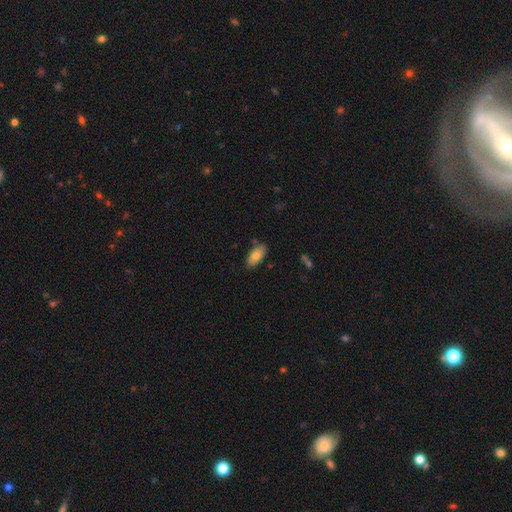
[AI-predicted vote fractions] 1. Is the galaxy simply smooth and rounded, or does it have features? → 78% smooth, 15% featured or disk, 7% star or artifact.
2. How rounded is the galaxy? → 91% in between, 7% cigar-shaped, 2% round.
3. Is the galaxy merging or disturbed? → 82% none, 13% minor disturbance, 3% merger, 2% major disturbance.